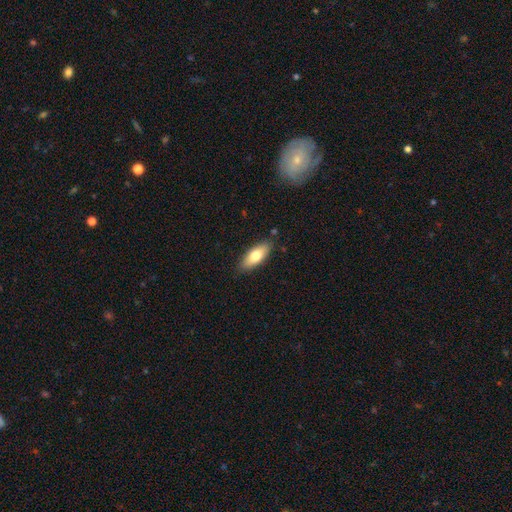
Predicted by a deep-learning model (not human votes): A smooth galaxy with no disk features (73%) that is in between round and cigar-shaped (74%).

Vote fractions:
- Smooth or featured? smooth: 73% / featured or disk: 21% / star or artifact: 6%
- How rounded? in between: 74% / cigar-shaped: 23% / round: 2%
- Merging? none: 85% / minor disturbance: 11% / major disturbance: 2% / merger: 2%